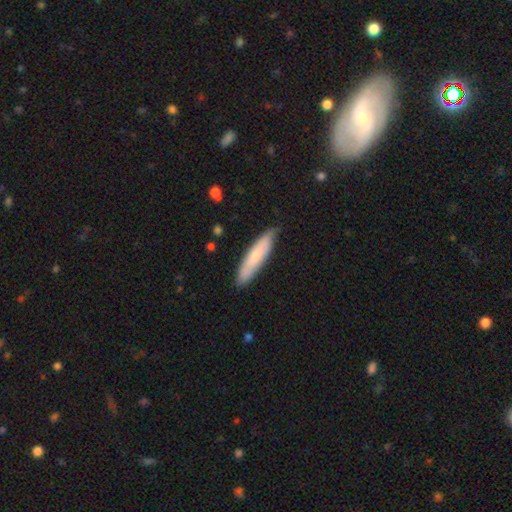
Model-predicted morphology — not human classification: smooth-or-featured: smooth: 71% | featured or disk: 24% | star or artifact: 6%
  how-rounded: cigar-shaped: 79% | in between: 19% | round: 1%
  merging: none: 82% | minor disturbance: 14% | major disturbance: 2% | merger: 1%